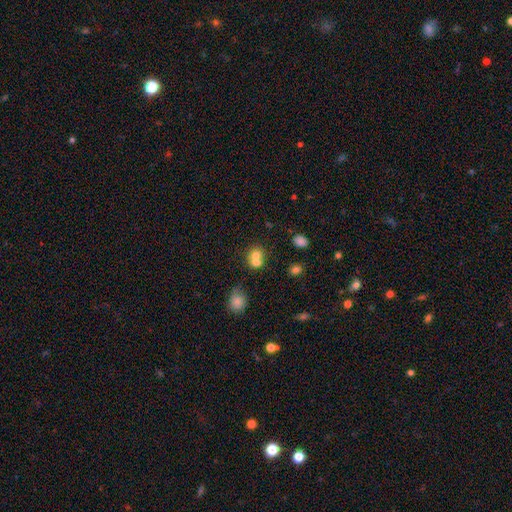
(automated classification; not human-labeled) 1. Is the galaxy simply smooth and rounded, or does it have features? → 69% smooth, 19% featured or disk, 12% star or artifact.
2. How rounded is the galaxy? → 75% round, 24% in between, 1% cigar-shaped.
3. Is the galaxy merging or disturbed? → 57% merger, 33% none, 7% minor disturbance, 3% major disturbance.